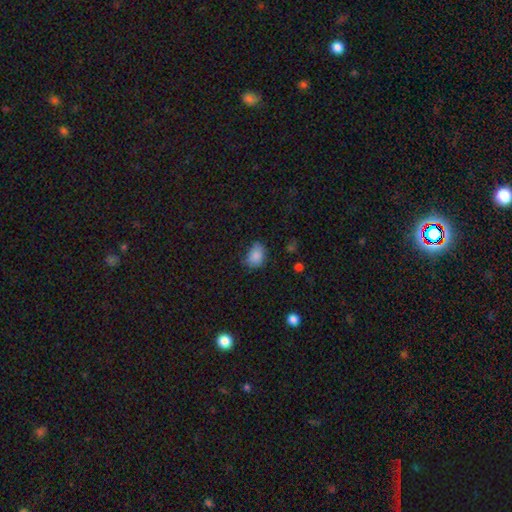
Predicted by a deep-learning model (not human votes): smooth_or_featured: smooth (p=0.85) [alt: star or artifact p=0.10]
how_rounded: in between (p=0.72) [alt: round p=0.27]
merging: none (p=0.57) [alt: minor disturbance p=0.33]